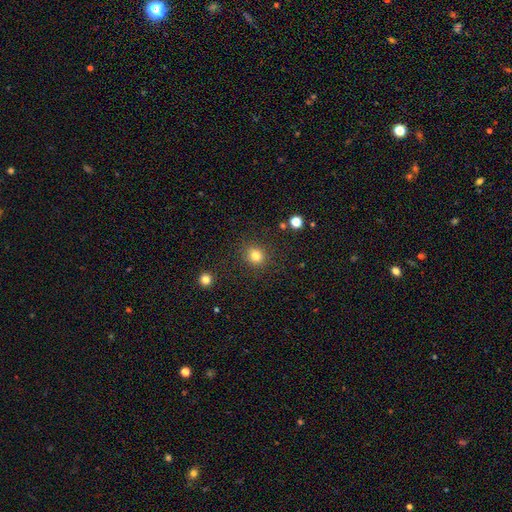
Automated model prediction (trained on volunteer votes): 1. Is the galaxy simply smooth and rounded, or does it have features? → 81% smooth, 13% star or artifact, 6% featured or disk.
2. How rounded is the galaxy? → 85% round, 14% in between, 1% cigar-shaped.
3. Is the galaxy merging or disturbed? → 88% none, 7% minor disturbance, 3% major disturbance, 2% merger.